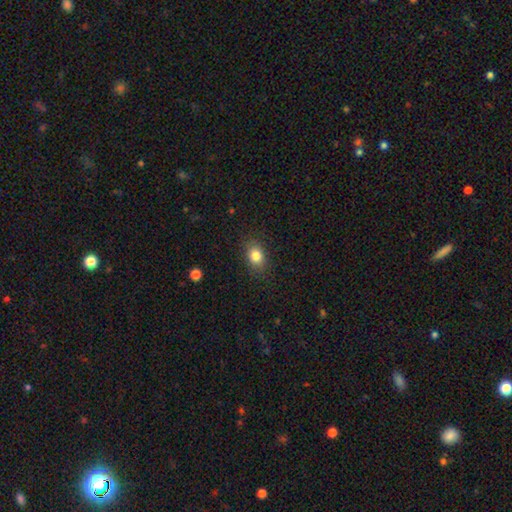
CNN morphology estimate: Smooth or featured?
  - smooth: 83% *
  - star or artifact: 10%
  - featured or disk: 8%
How rounded?
  - in between: 64% *
  - round: 34%
  - cigar-shaped: 1%
Merging?
  - none: 84% *
  - minor disturbance: 11%
  - major disturbance: 3%
  - merger: 1%